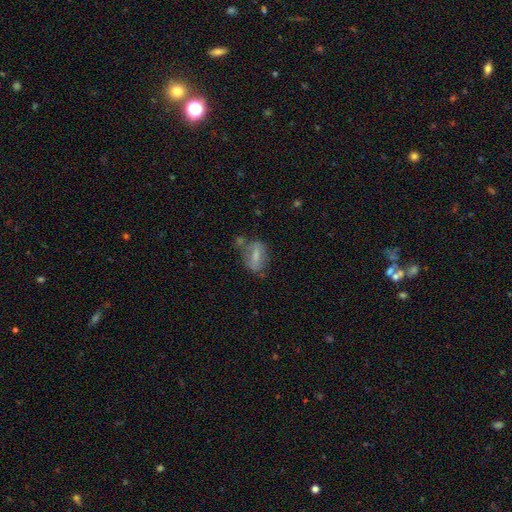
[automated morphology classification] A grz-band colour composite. It shows a smooth galaxy with no disk features (54%) that is in between round and cigar-shaped (78%). Merging: none (47%).